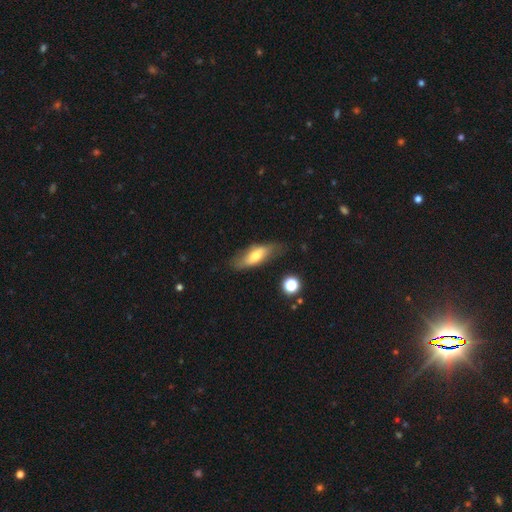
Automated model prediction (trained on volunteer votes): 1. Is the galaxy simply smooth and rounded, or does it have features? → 52% smooth, 41% featured or disk, 7% star or artifact.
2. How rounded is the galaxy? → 68% in between, 29% cigar-shaped, 4% round.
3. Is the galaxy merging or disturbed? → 70% none, 21% minor disturbance, 7% major disturbance, 2% merger.